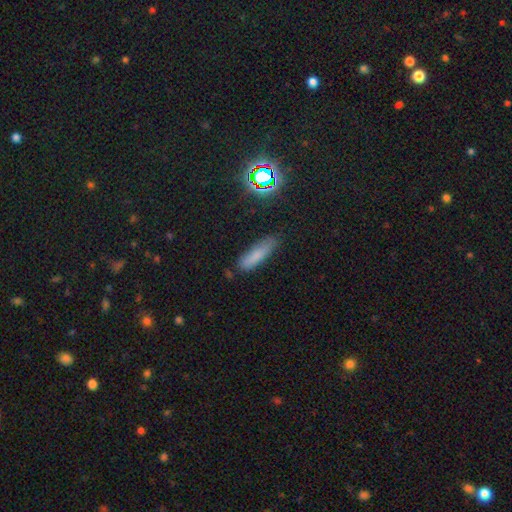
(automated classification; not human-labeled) Smooth or featured?
  - smooth: 75% *
  - star or artifact: 13%
  - featured or disk: 12%
How rounded?
  - cigar-shaped: 68% *
  - in between: 30%
  - round: 2%
Merging?
  - none: 77% *
  - minor disturbance: 16%
  - major disturbance: 4%
  - merger: 2%